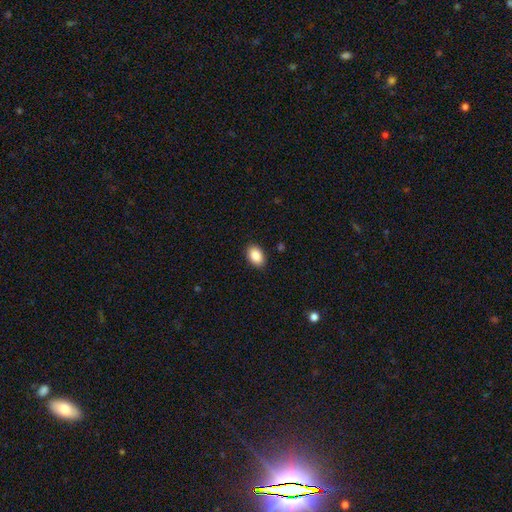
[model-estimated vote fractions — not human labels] smooth-or-featured: smooth: 88% | star or artifact: 7% | featured or disk: 4%
  how-rounded: in between: 88% | round: 10% | cigar-shaped: 1%
  merging: none: 89% | minor disturbance: 8% | major disturbance: 2% | merger: 1%